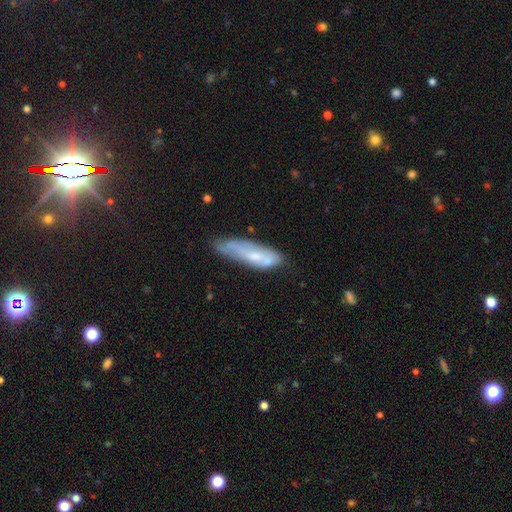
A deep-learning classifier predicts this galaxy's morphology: A smooth galaxy with no disk features (48%). Merging: none (47%).